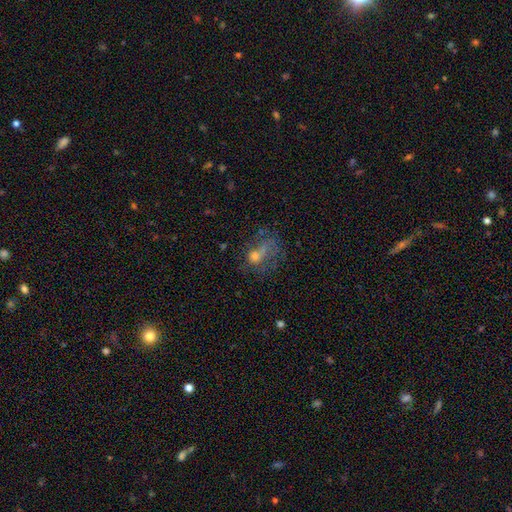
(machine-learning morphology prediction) A smooth galaxy with no disk features (42%). Merging: major disturbance (41%).